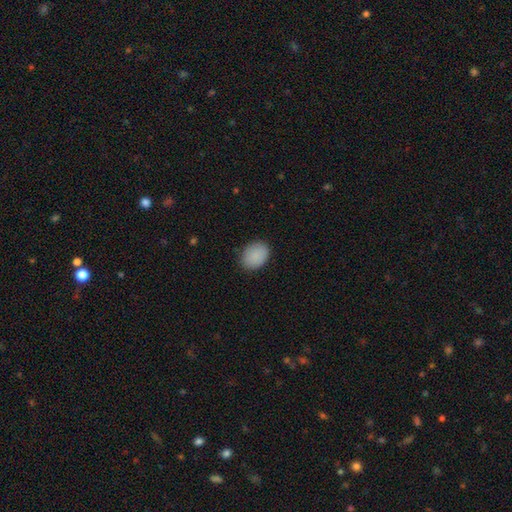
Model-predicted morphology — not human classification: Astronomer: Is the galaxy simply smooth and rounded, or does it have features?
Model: smooth — 89%.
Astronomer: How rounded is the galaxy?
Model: in between — 67%.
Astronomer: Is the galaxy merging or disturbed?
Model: none — 84%.